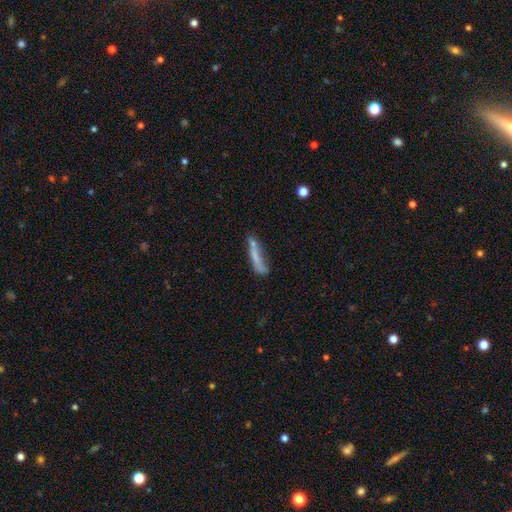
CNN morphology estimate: Smooth or featured? smooth (57%)
How rounded? cigar-shaped (86%)
Merging? none (44%)